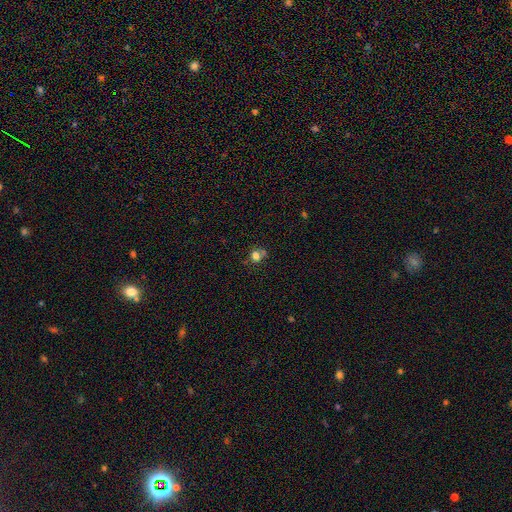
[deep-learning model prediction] Morphology: type=smooth (74%); roundness=round (81%); merging=none (59%).